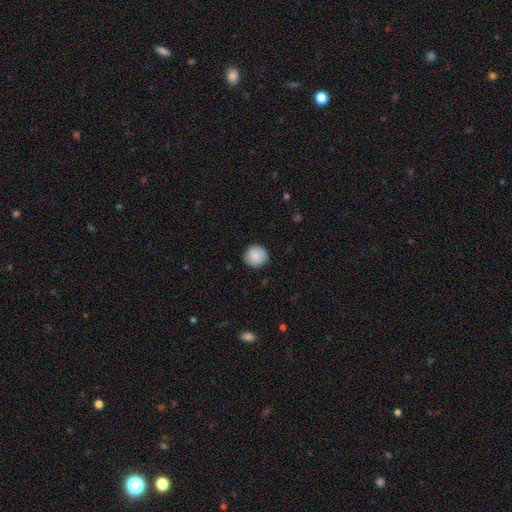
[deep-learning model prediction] A smooth galaxy with no disk features (81%) that is round (92%).

Vote fractions:
- Smooth or featured? smooth: 81% / featured or disk: 13% / star or artifact: 7%
- How rounded? round: 92% / in between: 7% / cigar-shaped: 1%
- Merging? none: 87% / minor disturbance: 10% / major disturbance: 2% / merger: 1%